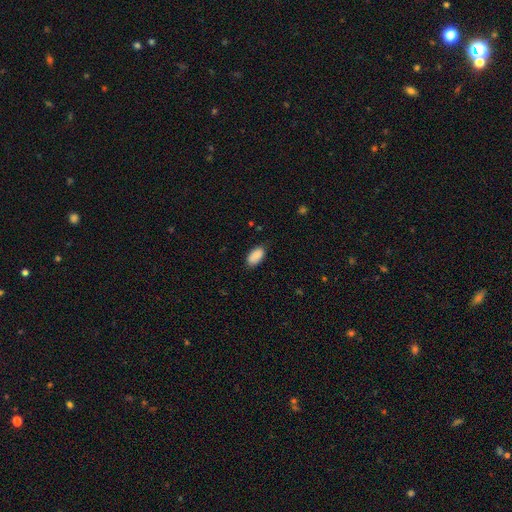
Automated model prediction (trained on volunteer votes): Smooth or featured?
  - smooth: 89% *
  - star or artifact: 7%
  - featured or disk: 4%
How rounded?
  - in between: 94% *
  - round: 4%
  - cigar-shaped: 3%
Merging?
  - none: 80% *
  - minor disturbance: 16%
  - major disturbance: 3%
  - merger: 1%